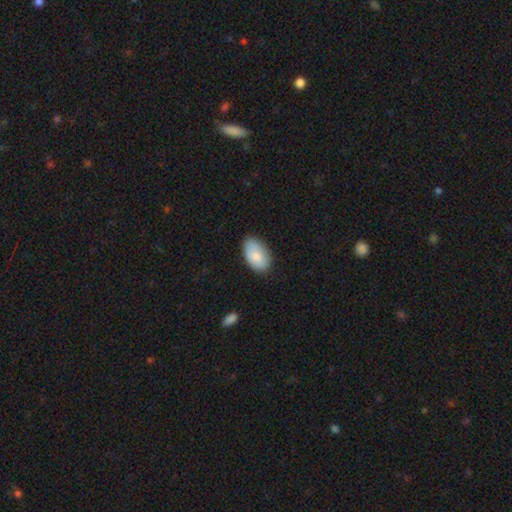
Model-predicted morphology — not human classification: This is clearly a smooth galaxy (84%). How rounded: clearly in between (94%). Merging: likely none (78%).